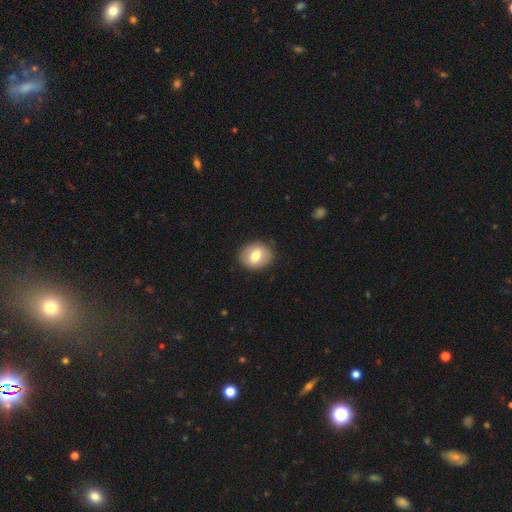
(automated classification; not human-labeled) This appears to be a smooth galaxy with no disk features (71%) that is round (52%). Merging: none (87%).